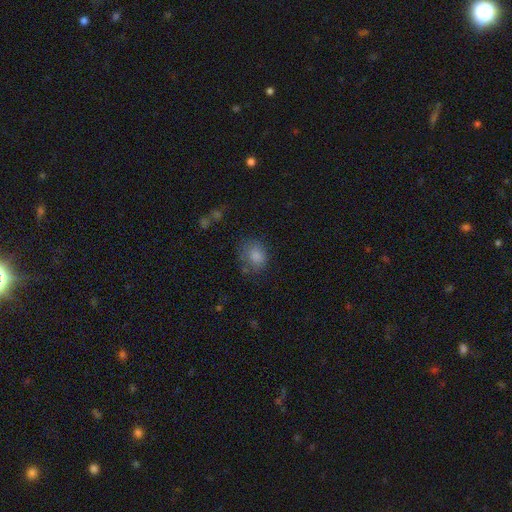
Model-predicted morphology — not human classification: smooth_or_featured: smooth (p=0.79) [alt: star or artifact p=0.13]
how_rounded: round (p=0.57) [alt: in between p=0.42]
merging: none (p=0.69) [alt: minor disturbance p=0.21]